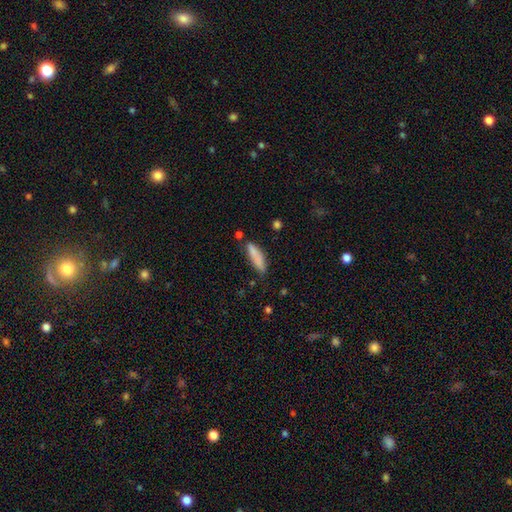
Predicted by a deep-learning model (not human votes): Q: Smooth or featured?
A: smooth (82%); runner-up: featured or disk (11%)
Q: How rounded?
A: cigar-shaped (65%); runner-up: in between (33%)
Q: Merging?
A: none (70%); runner-up: minor disturbance (20%)